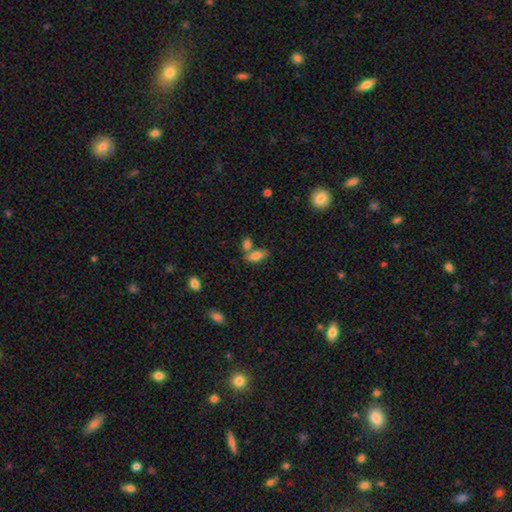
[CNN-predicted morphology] This is likely a smooth galaxy (76%). How rounded: clearly in between (80%). Merging: possibly none (49%).